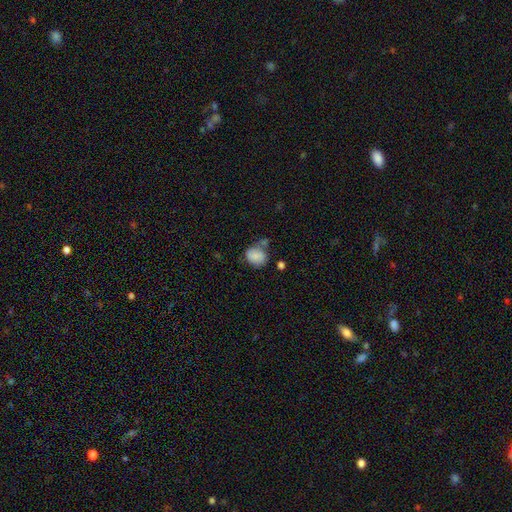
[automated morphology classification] A smooth galaxy with no disk features (81%) that is round (59%). Merging: none (47%).